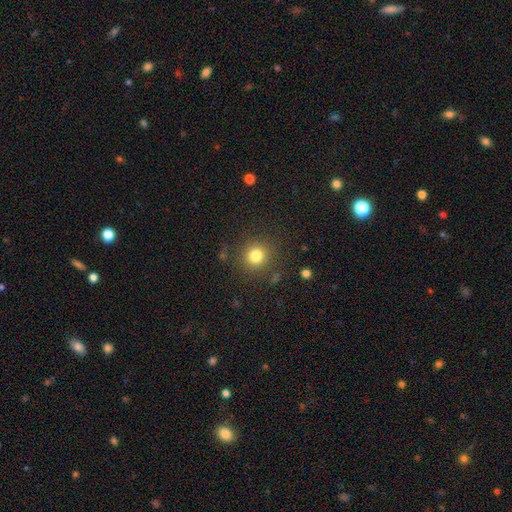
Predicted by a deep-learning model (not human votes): Smooth or featured?
  - smooth: 80% *
  - star or artifact: 13%
  - featured or disk: 7%
How rounded?
  - round: 90% *
  - in between: 9%
  - cigar-shaped: 1%
Merging?
  - none: 86% *
  - minor disturbance: 9%
  - major disturbance: 4%
  - merger: 2%